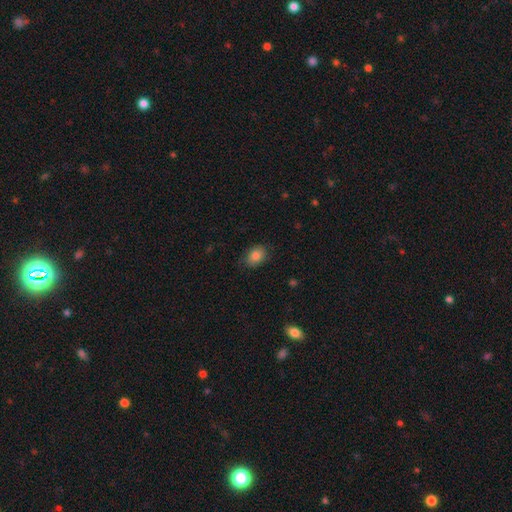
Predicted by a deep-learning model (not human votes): This appears to be a smooth galaxy with no disk features (84%) that is in between round and cigar-shaped (75%). Merging: none (80%).